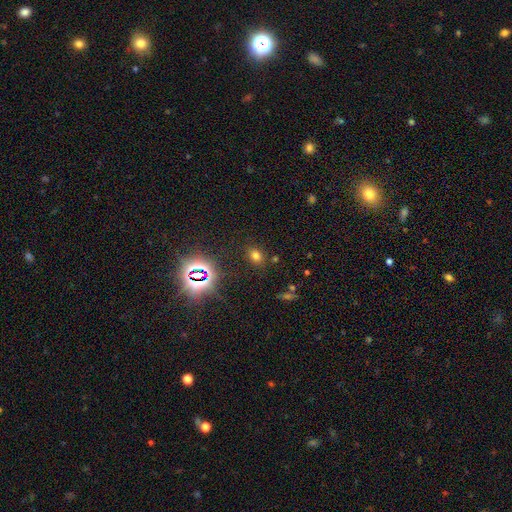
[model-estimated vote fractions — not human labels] This is likely a smooth galaxy (66%). How rounded: possibly in between (58%). Merging: clearly none (83%).